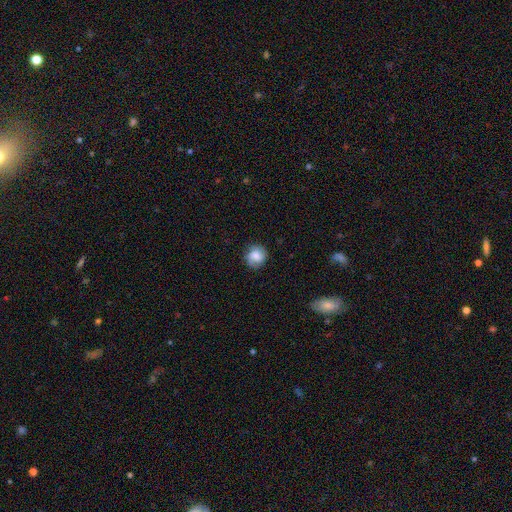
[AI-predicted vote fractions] Smooth or featured?
  - smooth: 68% *
  - featured or disk: 23%
  - star or artifact: 8%
How rounded?
  - round: 83% *
  - in between: 16%
  - cigar-shaped: 1%
Merging?
  - none: 80% *
  - minor disturbance: 15%
  - major disturbance: 4%
  - merger: 1%